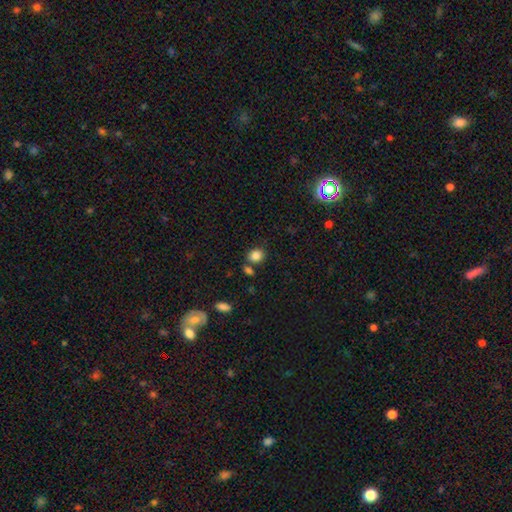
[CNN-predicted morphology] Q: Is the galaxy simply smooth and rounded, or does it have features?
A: smooth — 85%.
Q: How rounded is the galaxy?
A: round — 61%.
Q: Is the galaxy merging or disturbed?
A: none — 71%.